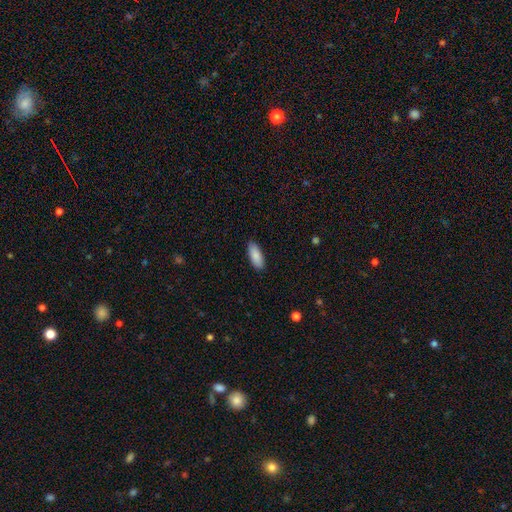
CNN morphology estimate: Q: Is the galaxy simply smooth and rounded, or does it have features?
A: smooth — 88%.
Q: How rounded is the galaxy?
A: in between — 80%.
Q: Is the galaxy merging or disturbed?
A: none — 89%.